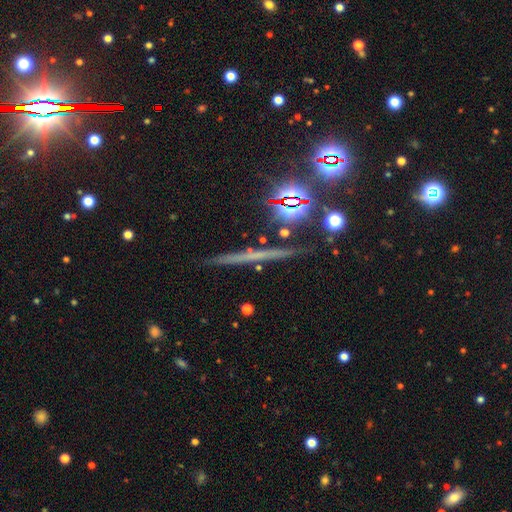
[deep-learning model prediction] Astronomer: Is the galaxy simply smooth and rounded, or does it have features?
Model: featured or disk — 45% (runner-up: star or artifact, 28%).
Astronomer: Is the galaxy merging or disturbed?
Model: none — 88%.